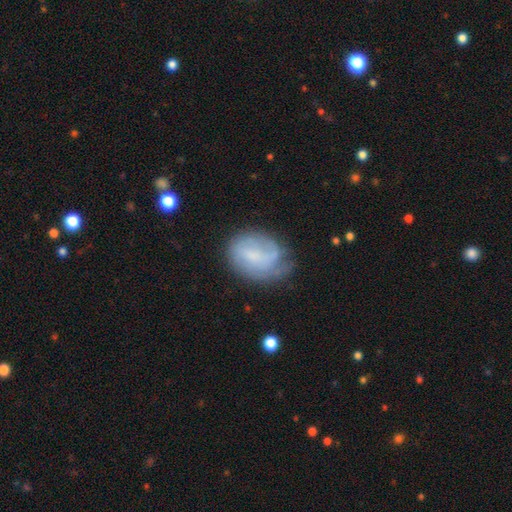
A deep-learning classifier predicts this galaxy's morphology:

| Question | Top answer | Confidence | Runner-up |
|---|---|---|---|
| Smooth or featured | featured or disk | 50% | smooth (42%) |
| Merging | none | 52% | minor disturbance (30%) |